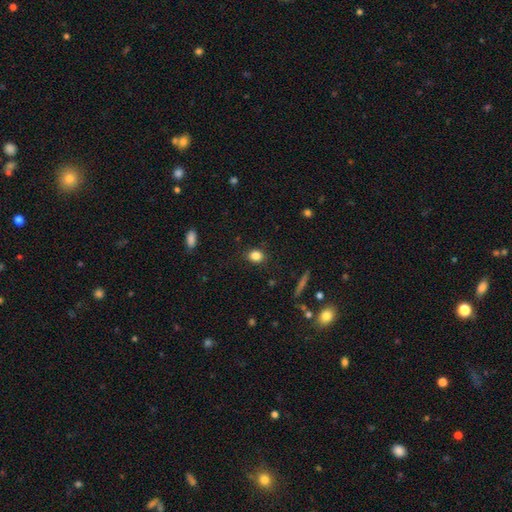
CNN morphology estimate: This is clearly a smooth galaxy (84%). How rounded: possibly round (57%). Merging: clearly none (86%).